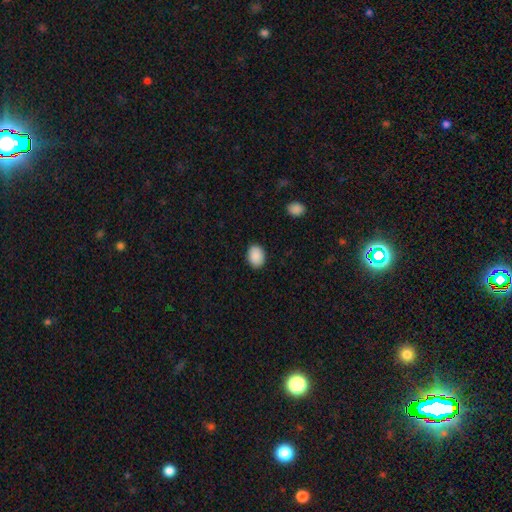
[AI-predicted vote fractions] The model was most divided on "how rounded": in between: 75%, round: 24%, cigar-shaped: 1%. More confident: smooth or featured — smooth (90%); merging — none (89%).